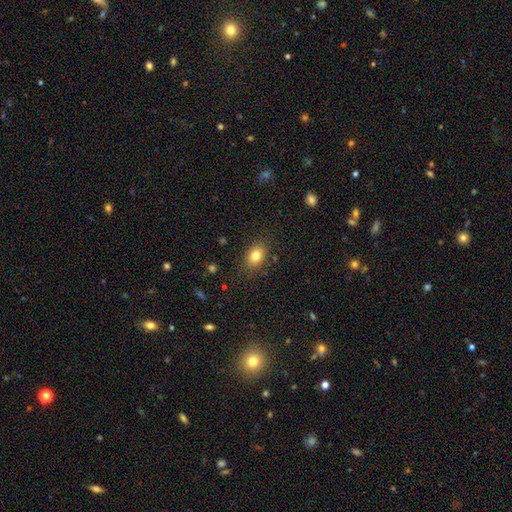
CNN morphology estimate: Smooth or featured?
  - smooth: 80% *
  - star or artifact: 10%
  - featured or disk: 9%
How rounded?
  - in between: 68% *
  - round: 31%
  - cigar-shaped: 1%
Merging?
  - none: 82% *
  - minor disturbance: 13%
  - major disturbance: 4%
  - merger: 1%